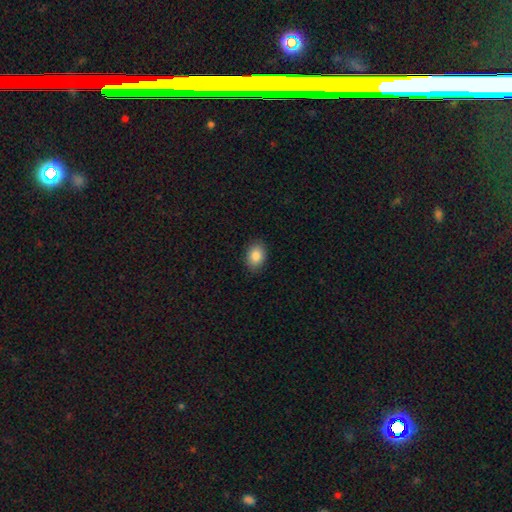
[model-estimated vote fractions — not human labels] Smooth or featured?
  - smooth: 87% *
  - star or artifact: 8%
  - featured or disk: 5%
How rounded?
  - in between: 76% *
  - round: 23%
  - cigar-shaped: 1%
Merging?
  - none: 87% *
  - minor disturbance: 9%
  - major disturbance: 2%
  - merger: 1%